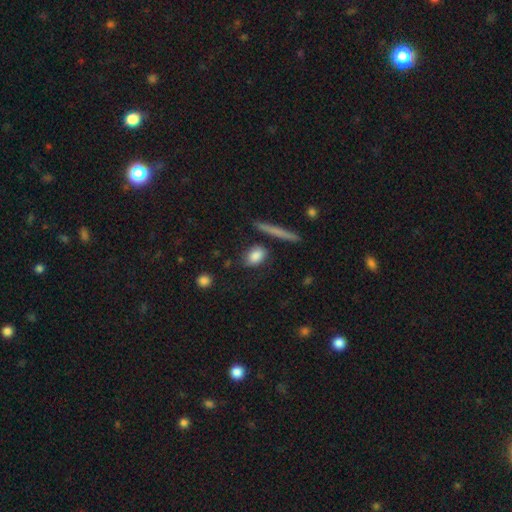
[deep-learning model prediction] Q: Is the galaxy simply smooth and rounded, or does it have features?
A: smooth — 84%.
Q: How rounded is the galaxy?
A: in between — 64%.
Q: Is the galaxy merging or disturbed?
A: none — 76%.